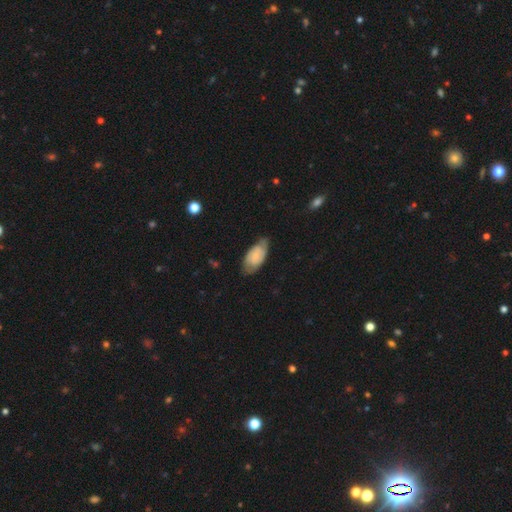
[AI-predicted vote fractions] Overall: featured or disk (48%; smooth 45%). Merging: none (63%; minor disturbance 28%).